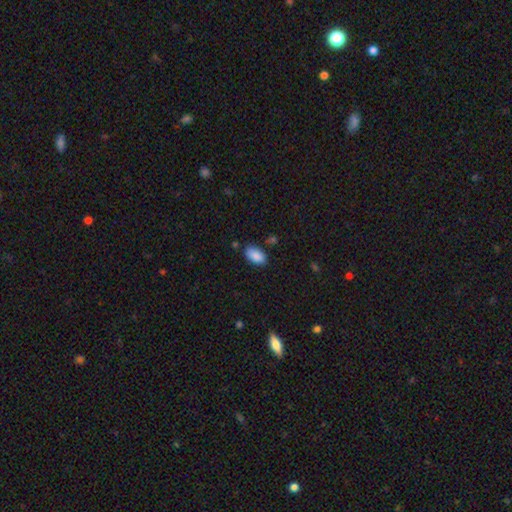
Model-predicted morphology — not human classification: This is clearly a smooth galaxy (88%). How rounded: clearly in between (94%). Merging: clearly none (82%).